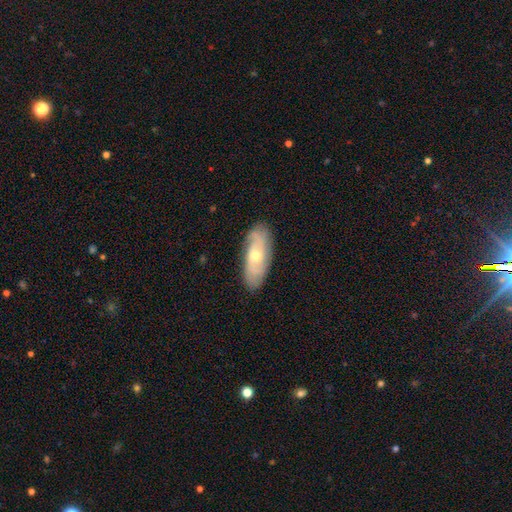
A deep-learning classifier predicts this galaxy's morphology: Smooth or featured?
  - featured or disk: 62% *
  - smooth: 31%
  - star or artifact: 6%
Edge-on disk?
  - no: 86% *
  - yes: 14%
Bar?
  - no: 63% *
  - weak: 31%
  - strong: 6%
Spiral arms?
  - yes: 84% *
  - no: 16%
Bulge size?
  - moderate: 63% *
  - small: 32%
  - large: 3%
  - none: 1%
  - dominant: 1%
Merging?
  - none: 81% *
  - minor disturbance: 14%
  - major disturbance: 3%
  - merger: 1%